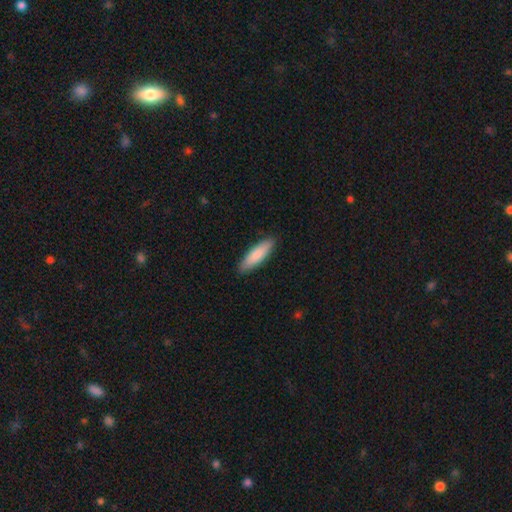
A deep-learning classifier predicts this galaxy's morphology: A smooth galaxy with no disk features (83%) that is cigar-shaped (61%).

Vote fractions:
- Smooth or featured? smooth: 83% / featured or disk: 12% / star or artifact: 5%
- How rounded? cigar-shaped: 61% / in between: 37% / round: 1%
- Merging? none: 89% / minor disturbance: 8% / major disturbance: 2% / merger: 1%